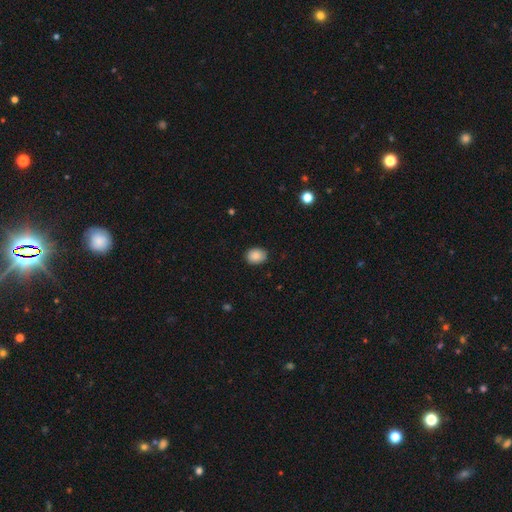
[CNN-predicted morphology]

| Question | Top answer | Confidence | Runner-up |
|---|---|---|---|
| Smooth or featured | smooth | 88% | star or artifact (8%) |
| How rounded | in between | 61% | round (39%) |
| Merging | none | 86% | minor disturbance (11%) |